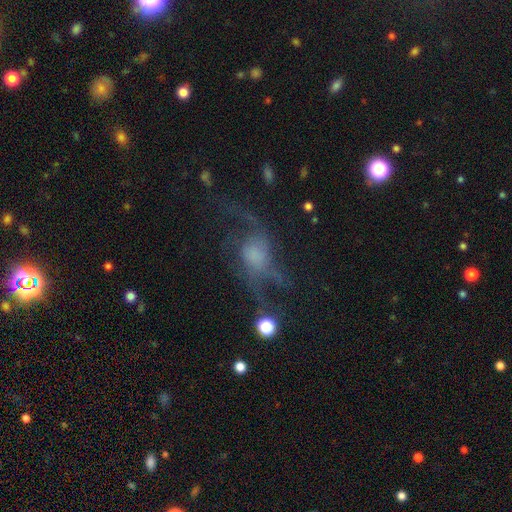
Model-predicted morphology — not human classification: featured or disk 63%, smooth 23%, star or artifact 14%. Down the decision tree: edge-on disk — no (93%); bar — no (74%); spiral arms — yes (75%); bulge size — none (33%); merging — major disturbance (43%).